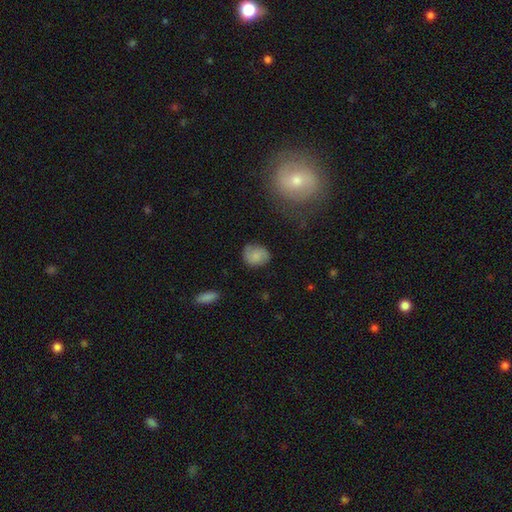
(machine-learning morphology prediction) smooth_or_featured: smooth (p=0.69) [alt: featured or disk p=0.23]
how_rounded: round (p=0.59) [alt: in between p=0.40]
merging: none (p=0.71) [alt: minor disturbance p=0.21]